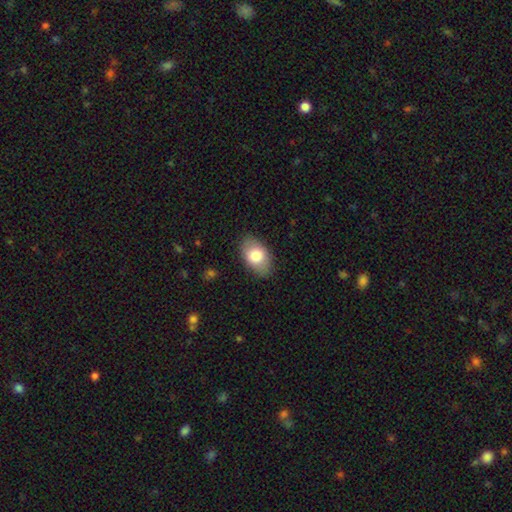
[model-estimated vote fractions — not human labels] smooth-or-featured: smooth: 78% | featured or disk: 16% | star or artifact: 6%
  how-rounded: in between: 91% | round: 8% | cigar-shaped: 1%
  merging: none: 84% | minor disturbance: 12% | major disturbance: 3% | merger: 1%